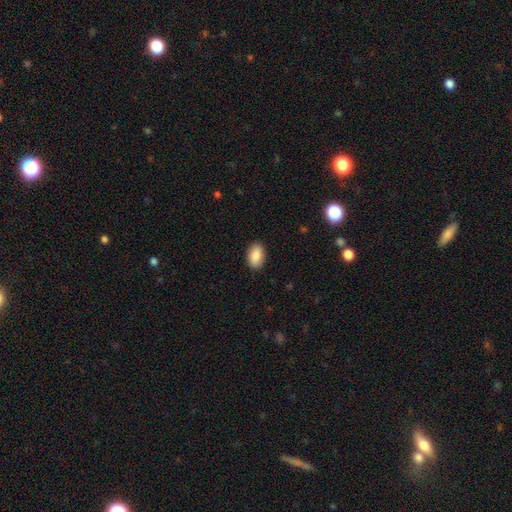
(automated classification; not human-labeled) Morphology: type=smooth (87%); roundness=in between (91%); merging=none (89%).